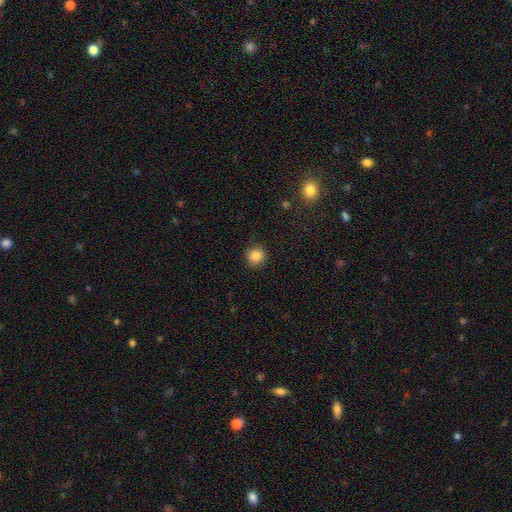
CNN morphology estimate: Q: Smooth or featured?
A: smooth (84%); runner-up: star or artifact (11%)
Q: How rounded?
A: round (93%); runner-up: in between (7%)
Q: Merging?
A: none (88%); runner-up: minor disturbance (9%)